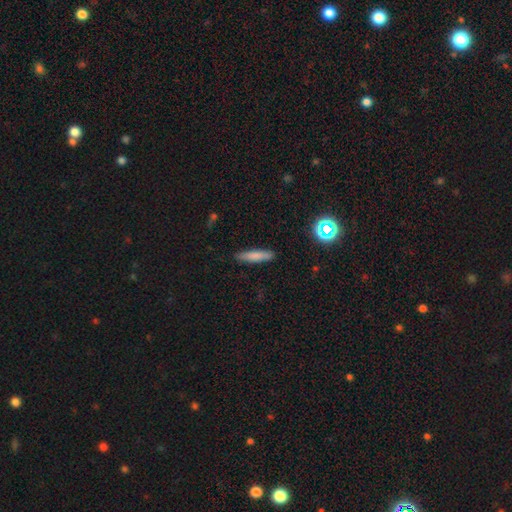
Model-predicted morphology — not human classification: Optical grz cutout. It shows a smooth galaxy with no disk features (78%) that is cigar-shaped (85%). Merging: none (87%).